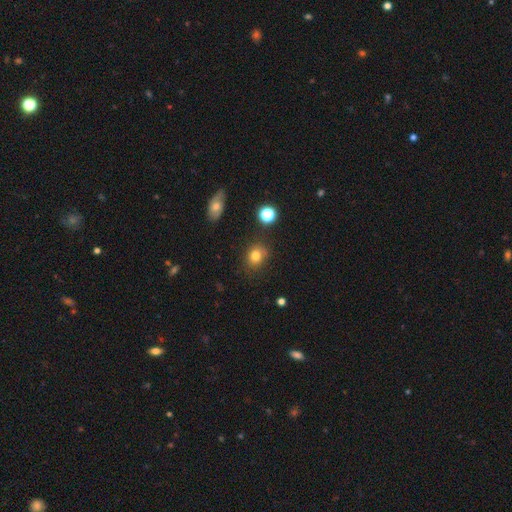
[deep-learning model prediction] Morphology: type=smooth (78%); roundness=round (61%); merging=none (78%).